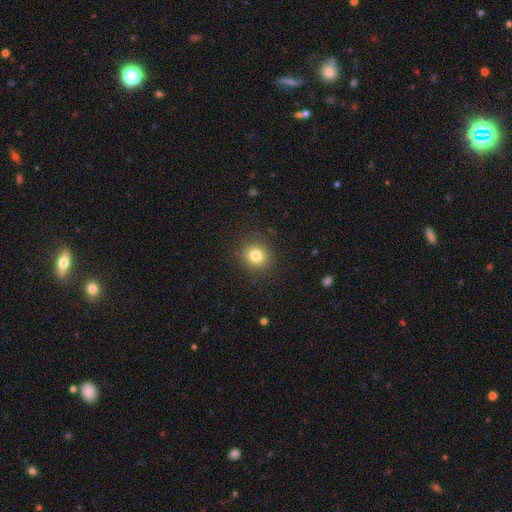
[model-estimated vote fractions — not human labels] smooth 80%, star or artifact 12%, featured or disk 8%. Down the decision tree: how rounded — round (88%); merging — none (88%).